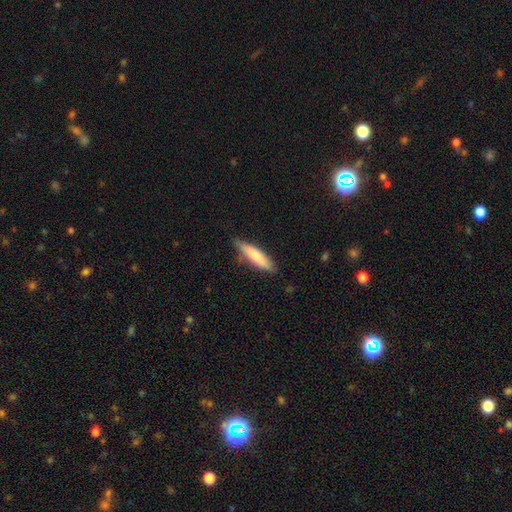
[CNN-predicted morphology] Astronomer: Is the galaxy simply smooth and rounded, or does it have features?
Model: smooth — 78%.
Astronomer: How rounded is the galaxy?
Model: cigar-shaped — 75%.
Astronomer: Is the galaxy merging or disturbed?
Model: none — 74%.